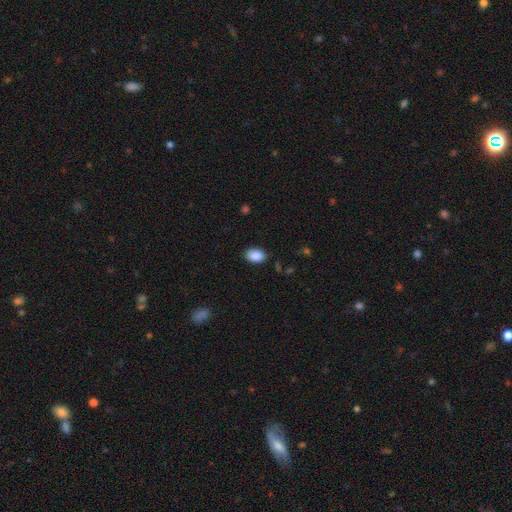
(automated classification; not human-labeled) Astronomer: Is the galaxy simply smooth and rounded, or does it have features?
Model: smooth — 89%.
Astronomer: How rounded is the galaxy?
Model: in between — 80%.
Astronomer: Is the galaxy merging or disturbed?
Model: none — 85%.